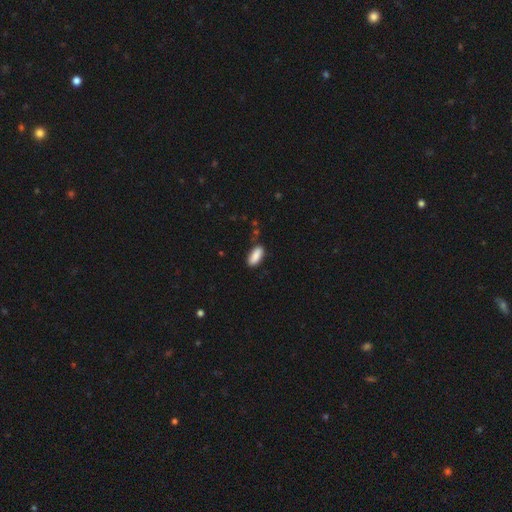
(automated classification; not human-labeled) The model was most divided on "how rounded": in between: 81%, cigar-shaped: 17%, round: 2%. More confident: smooth or featured — smooth (89%); merging — none (81%).